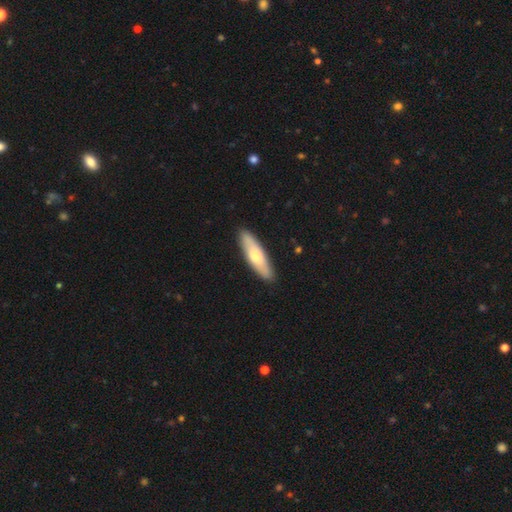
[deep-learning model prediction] smooth 60%, featured or disk 35%, star or artifact 5%. Down the decision tree: how rounded — cigar-shaped (64%); merging — none (90%).